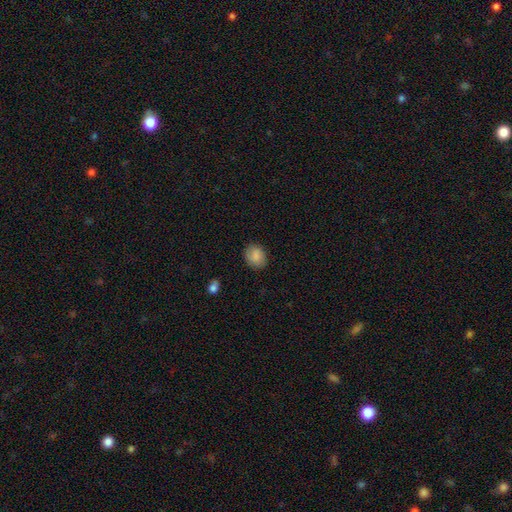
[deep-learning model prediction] The model was most divided on "how rounded": round: 50%, in between: 49%, cigar-shaped: 1%. More confident: smooth or featured — smooth (85%); merging — none (84%).